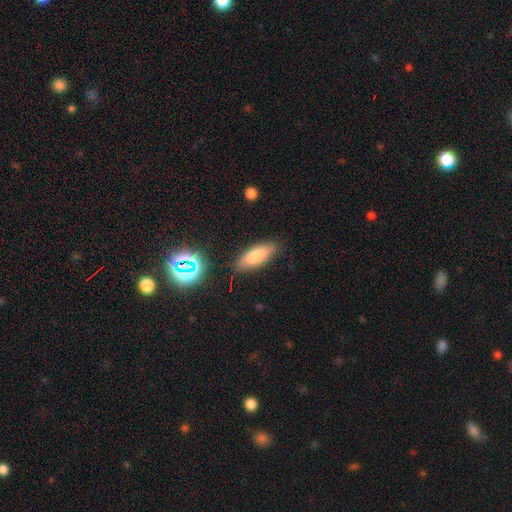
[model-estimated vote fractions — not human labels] Overall: smooth (72%). How rounded: in between (68%; cigar-shaped 29%). Merging: none (85%).